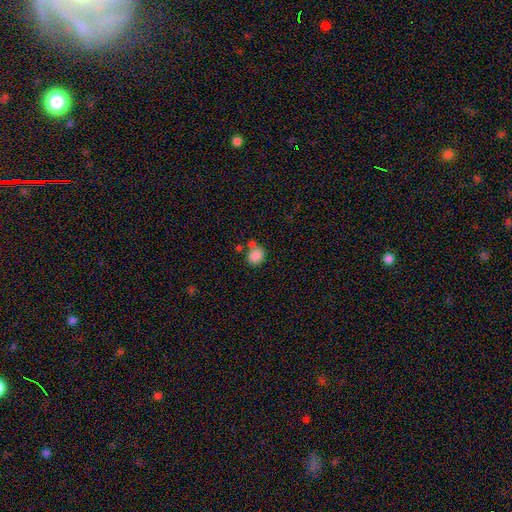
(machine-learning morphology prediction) Smooth or featured? Predicted: smooth (p=0.85). How rounded? Predicted: round (p=0.75). Merging? Predicted: none (p=0.55).